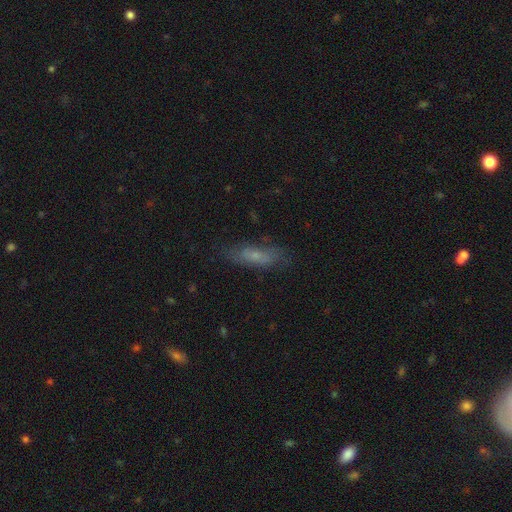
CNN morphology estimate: Smooth or featured: smooth — 57% (featured or disk — 33%)
How rounded: cigar-shaped — 52% (in between — 45%)
Merging: none — 73% (minor disturbance — 19%)